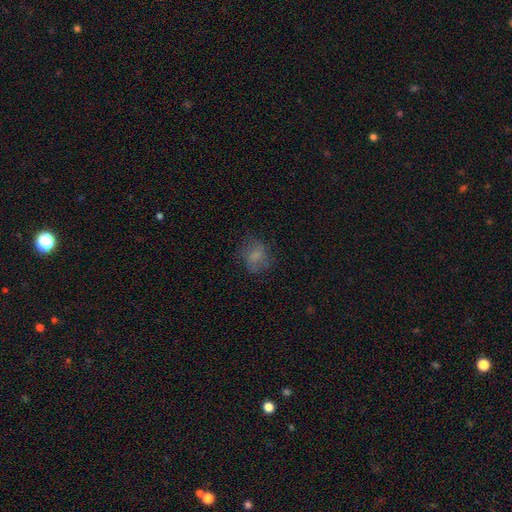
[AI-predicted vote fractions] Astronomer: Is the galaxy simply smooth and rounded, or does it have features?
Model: smooth — 68%.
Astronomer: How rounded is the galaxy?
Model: round — 61% (runner-up: in between, 38%).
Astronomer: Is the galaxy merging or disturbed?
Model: none — 67%.